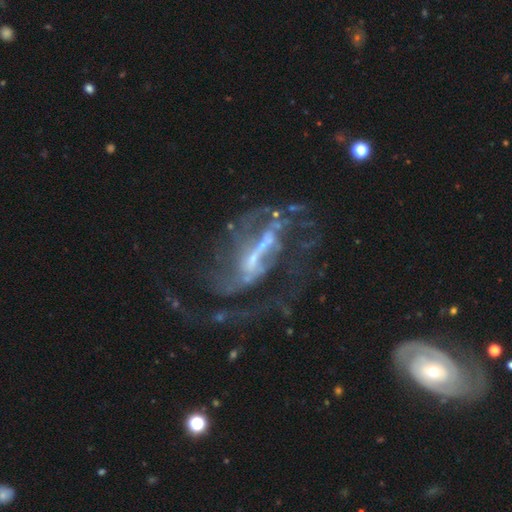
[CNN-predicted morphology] smooth-or-featured: featured or disk: 84% | star or artifact: 10% | smooth: 6%
  disk-edge-on: no: 92% | yes: 8%
    bar: strong: 52% | weak: 31% | no: 17%
    has-spiral-arms: yes: 81% | no: 19%
      spiral-winding: loose: 41% | medium: 40% | tight: 19%
      spiral-arm-count: 2: 39% | can't tell: 30% | 3: 11% | 1: 10% | 4: 6% | more than 4: 5%
    bulge-size: small: 50% | moderate: 24% | none: 20% | large: 4% | dominant: 2%
  merging: major disturbance: 43% | none: 36% | minor disturbance: 14% | merger: 7%